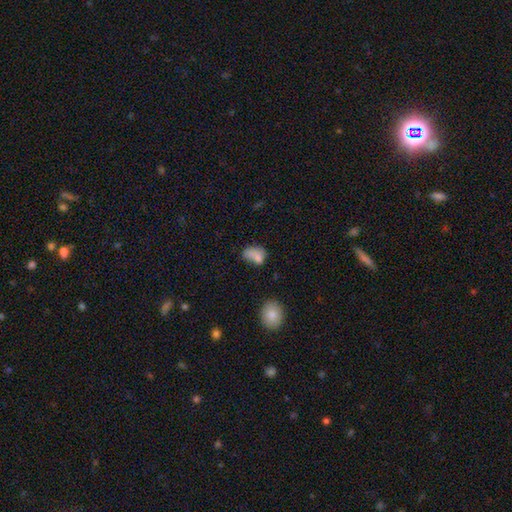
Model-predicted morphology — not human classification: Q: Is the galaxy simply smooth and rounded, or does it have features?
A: smooth — 77%.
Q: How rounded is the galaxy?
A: in between — 77%.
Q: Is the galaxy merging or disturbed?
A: none — 34%.